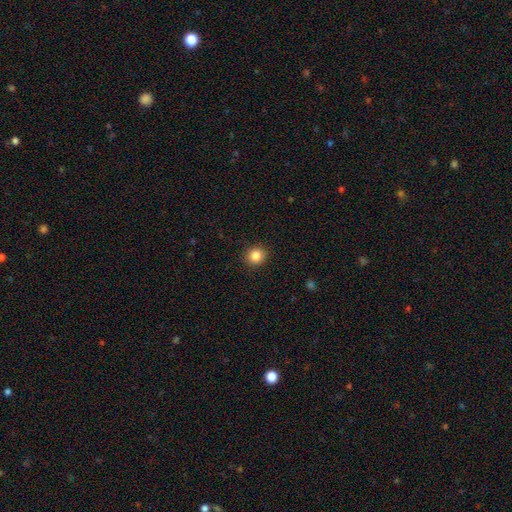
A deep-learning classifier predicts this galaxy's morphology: Smooth or featured?
  - smooth: 85% *
  - star or artifact: 10%
  - featured or disk: 4%
How rounded?
  - round: 87% *
  - in between: 12%
  - cigar-shaped: 1%
Merging?
  - none: 92% *
  - minor disturbance: 6%
  - major disturbance: 2%
  - merger: 1%